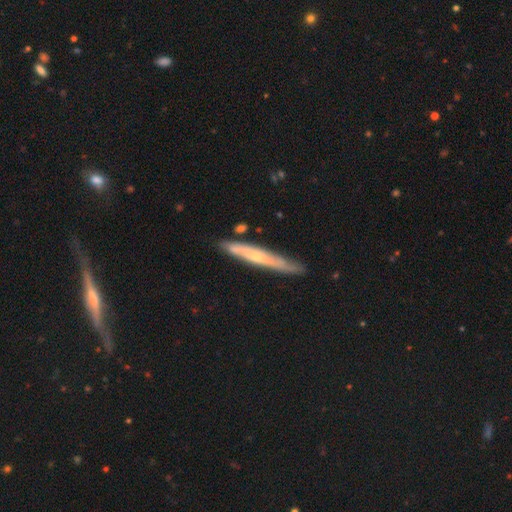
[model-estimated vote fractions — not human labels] This appears to be a featured or disk galaxy (53%) viewed edge-on (84%). Merging: none (78%).